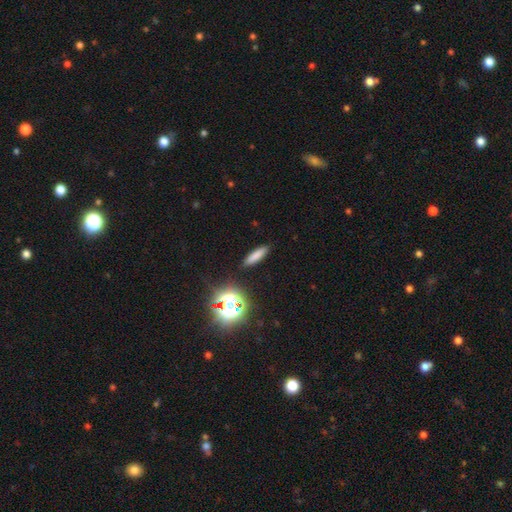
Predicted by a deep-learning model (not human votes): Smooth or featured? Predicted: smooth (p=0.75). How rounded? Predicted: cigar-shaped (p=0.72). Merging? Predicted: none (p=0.88).